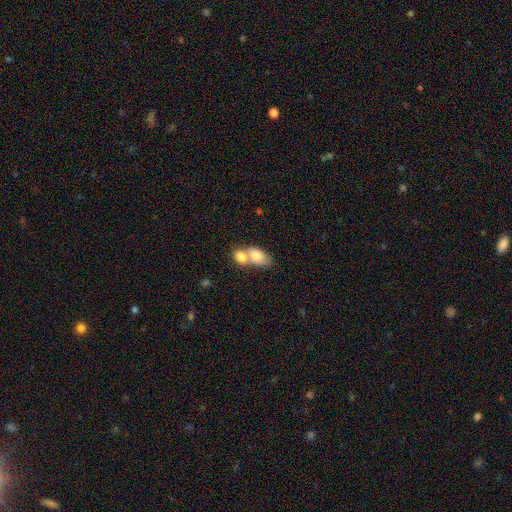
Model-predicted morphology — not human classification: A smooth galaxy with no disk features (78%) that is in between round and cigar-shaped (79%).

Vote fractions:
- Smooth or featured? smooth: 78% / featured or disk: 15% / star or artifact: 7%
- How rounded? in between: 79% / round: 18% / cigar-shaped: 3%
- Merging? merger: 70% / none: 20% / minor disturbance: 6% / major disturbance: 4%